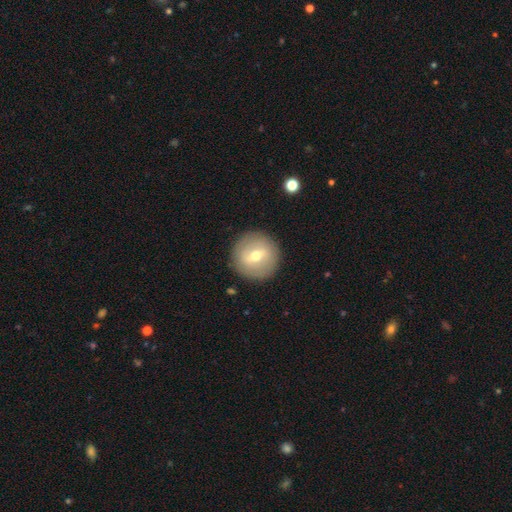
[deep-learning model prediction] This is possibly a smooth galaxy (50%). Merging: clearly none (89%).